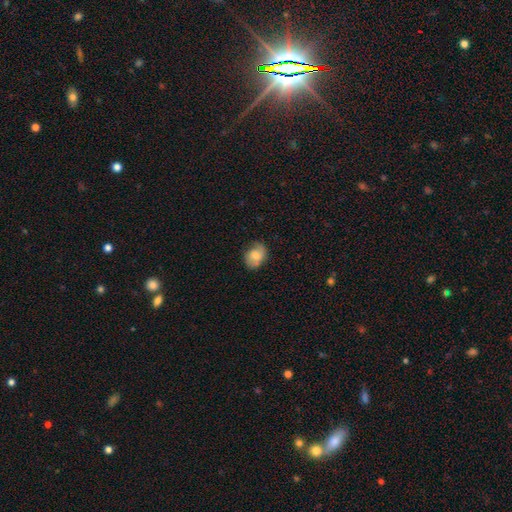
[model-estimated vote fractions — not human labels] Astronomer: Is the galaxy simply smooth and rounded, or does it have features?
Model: smooth — 70%.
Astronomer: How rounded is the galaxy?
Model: in between — 68%.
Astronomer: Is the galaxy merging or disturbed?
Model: none — 70%.